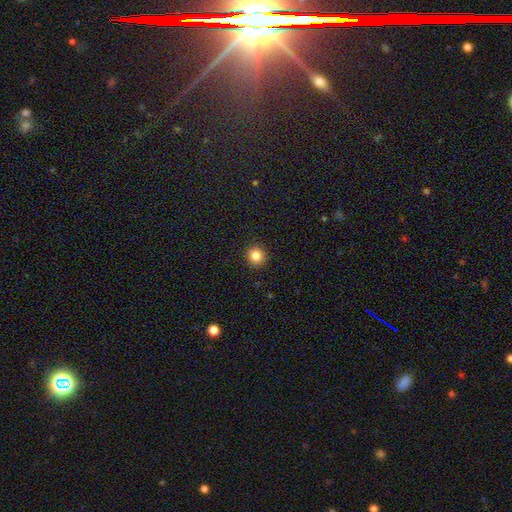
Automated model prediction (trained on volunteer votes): This appears to be a smooth galaxy with no disk features (85%) that is round (93%). Merging: none (92%).